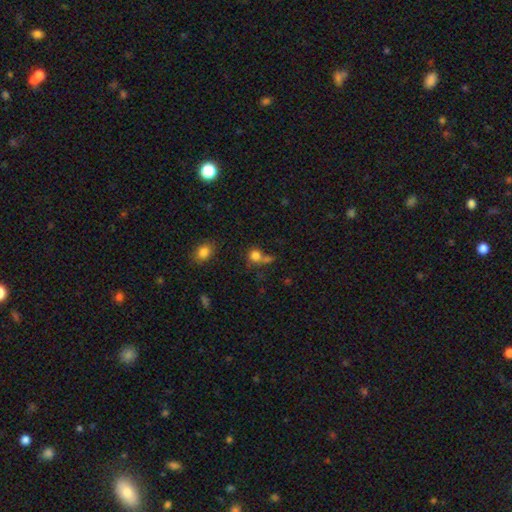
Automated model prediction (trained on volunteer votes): smooth-or-featured: smooth: 79% | star or artifact: 13% | featured or disk: 8%
  how-rounded: round: 83% | in between: 16% | cigar-shaped: 1%
  merging: none: 48% | merger: 33% | minor disturbance: 12% | major disturbance: 7%